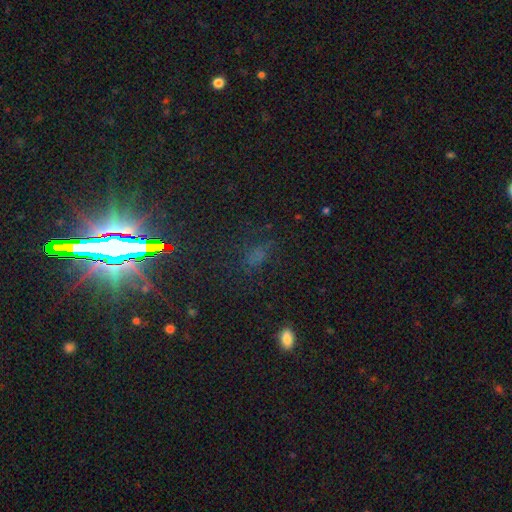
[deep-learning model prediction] Smooth or featured?
  - star or artifact: 55% *
  - smooth: 33%
  - featured or disk: 13%